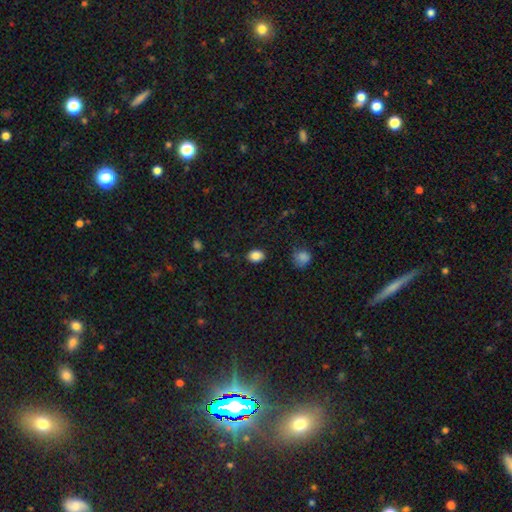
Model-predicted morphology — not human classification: smooth-or-featured: smooth: 85% | star or artifact: 10% | featured or disk: 5%
  how-rounded: in between: 62% | round: 36% | cigar-shaped: 1%
  merging: none: 86% | minor disturbance: 10% | major disturbance: 3% | merger: 1%